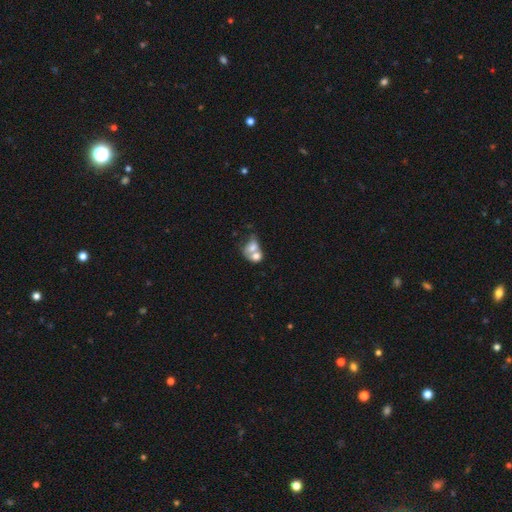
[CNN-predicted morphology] Smooth or featured: smooth — 62% (featured or disk — 29%)
How rounded: in between — 60% (round — 39%)
Merging: merger — 73% (none — 14%)